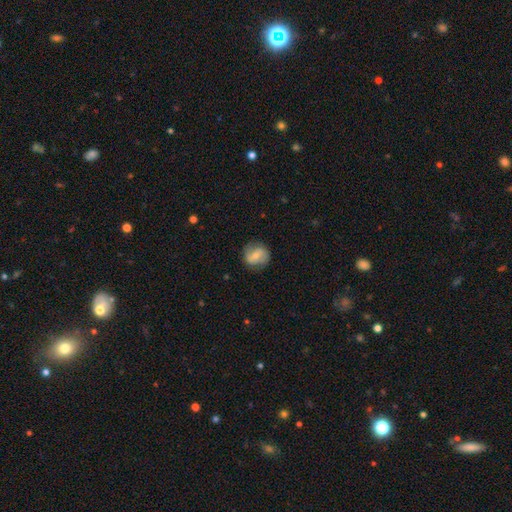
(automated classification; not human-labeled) smooth 53%, featured or disk 40%, star or artifact 7%. Down the decision tree: how rounded — round (80%); merging — none (78%).